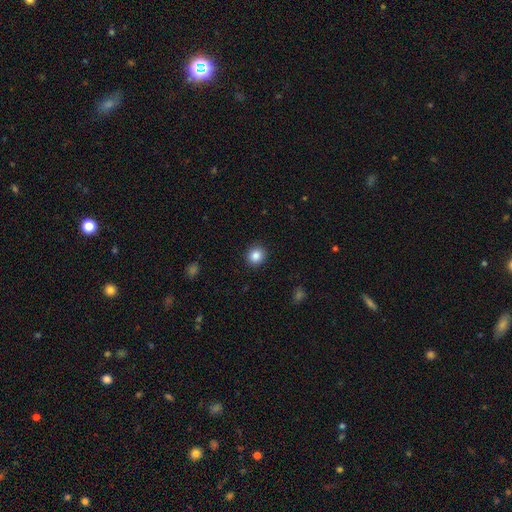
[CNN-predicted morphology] A smooth galaxy with no disk features (86%) that is round (83%). Merging: none (91%).